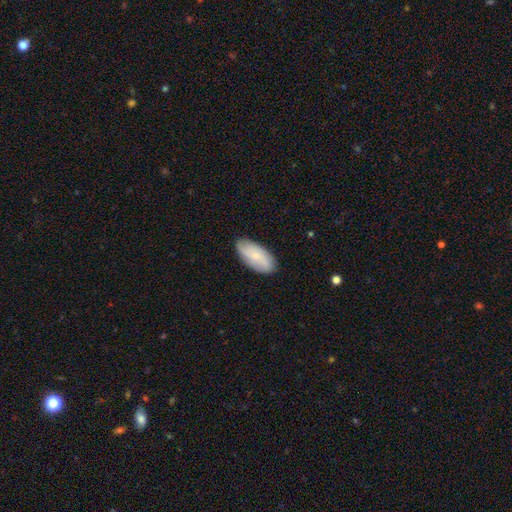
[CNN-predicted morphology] smooth-or-featured: smooth: 60% | featured or disk: 33% | star or artifact: 6%
  how-rounded: in between: 89% | cigar-shaped: 9% | round: 2%
  merging: none: 82% | minor disturbance: 14% | major disturbance: 3% | merger: 1%